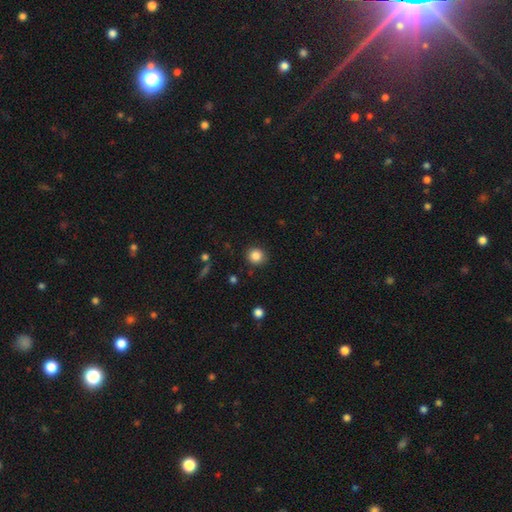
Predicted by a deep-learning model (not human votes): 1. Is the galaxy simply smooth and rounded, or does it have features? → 85% smooth, 10% star or artifact, 4% featured or disk.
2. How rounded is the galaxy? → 88% round, 11% in between, 1% cigar-shaped.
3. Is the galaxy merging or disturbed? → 89% none, 8% minor disturbance, 2% major disturbance, 2% merger.